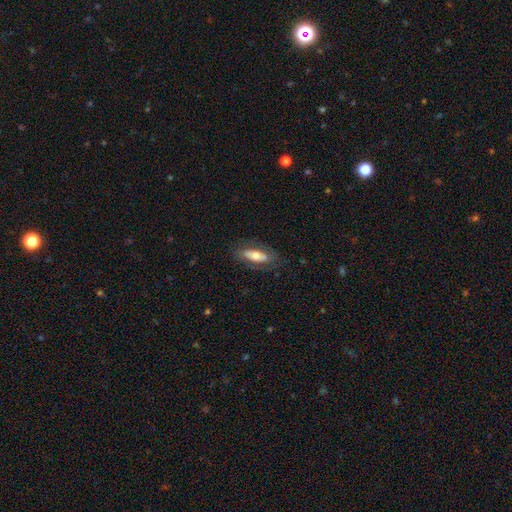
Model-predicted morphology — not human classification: Smooth or featured? Predicted: smooth (p=0.58). How rounded? Predicted: in between (p=0.63). Merging? Predicted: none (p=0.77).